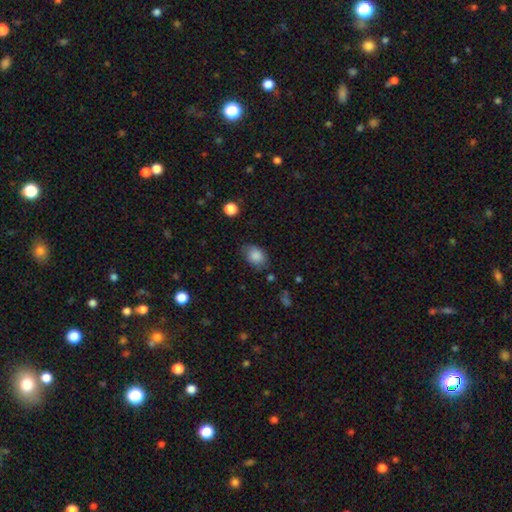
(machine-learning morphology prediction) Smooth or featured: smooth — 85% (star or artifact — 8%)
How rounded: in between — 73% (round — 25%)
Merging: none — 67% (minor disturbance — 25%)